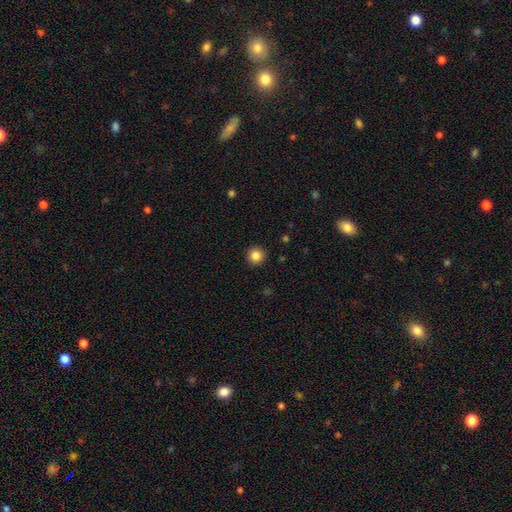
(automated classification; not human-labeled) This is clearly a smooth galaxy (86%). How rounded: clearly round (95%). Merging: clearly none (93%).